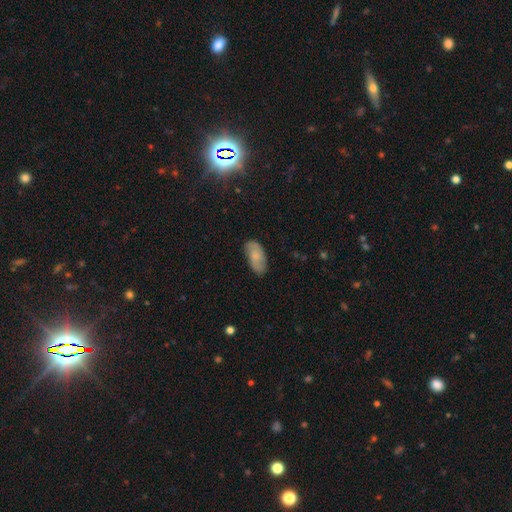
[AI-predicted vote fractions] smooth_or_featured: smooth (p=0.58) [alt: featured or disk p=0.35]
how_rounded: in between (p=0.90) [alt: cigar-shaped p=0.07]
merging: none (p=0.77) [alt: minor disturbance p=0.17]